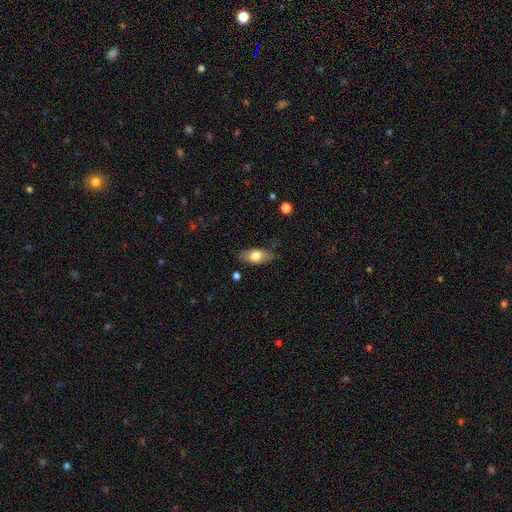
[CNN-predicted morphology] This is likely a smooth galaxy (70%). How rounded: clearly in between (85%). Merging: likely none (74%).